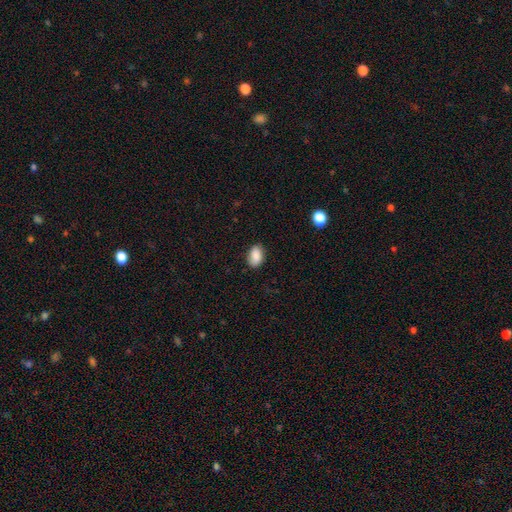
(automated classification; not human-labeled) smooth_or_featured: smooth (p=0.87) [alt: star or artifact p=0.08]
how_rounded: in between (p=0.87) [alt: round p=0.11]
merging: none (p=0.84) [alt: minor disturbance p=0.12]